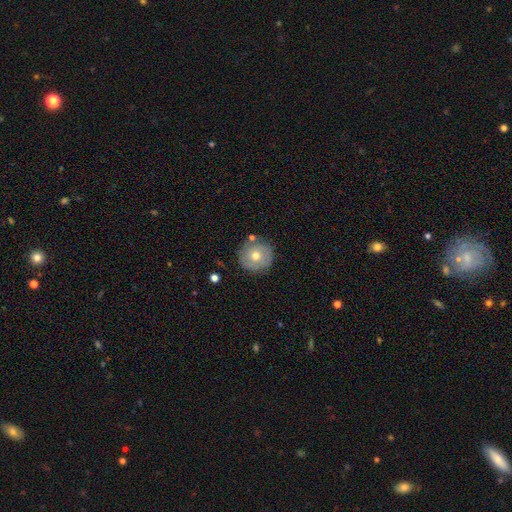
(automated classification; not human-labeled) Overall: smooth (54%; featured or disk 37%). How rounded: round (94%). Merging: none (78%).